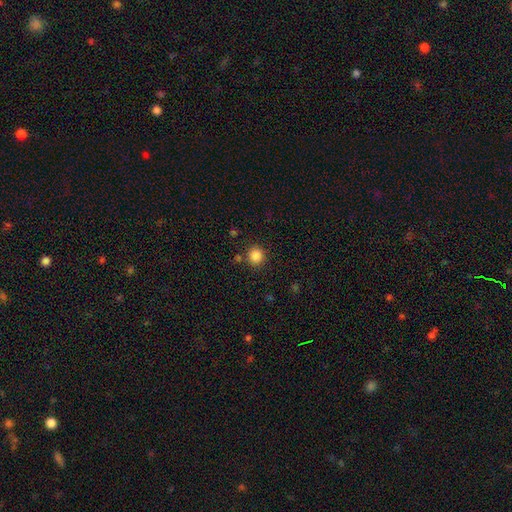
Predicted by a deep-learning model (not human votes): Smooth or featured? Predicted: smooth (p=0.86). How rounded? Predicted: round (p=0.91). Merging? Predicted: none (p=0.85).